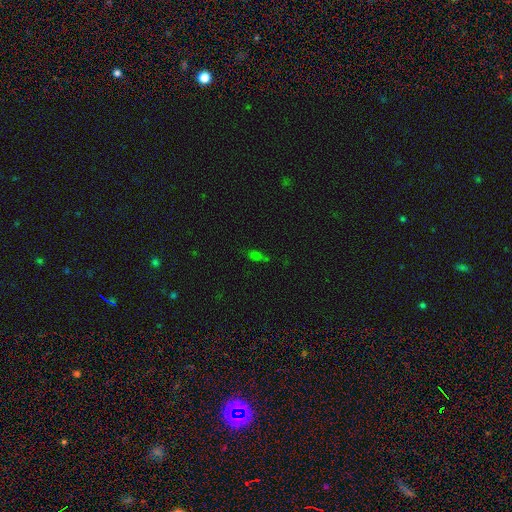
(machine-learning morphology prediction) Smooth or featured: smooth — 56% (star or artifact — 34%)
How rounded: in between — 72% (cigar-shaped — 18%)
Merging: none — 60% (minor disturbance — 19%)